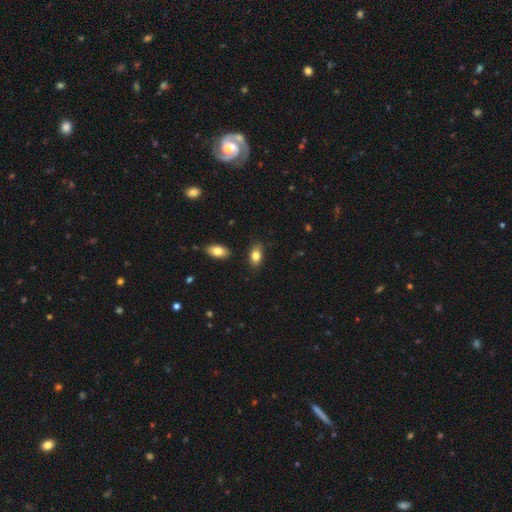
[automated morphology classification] A smooth galaxy with no disk features (81%) that is in between round and cigar-shaped (89%). Merging: none (82%).